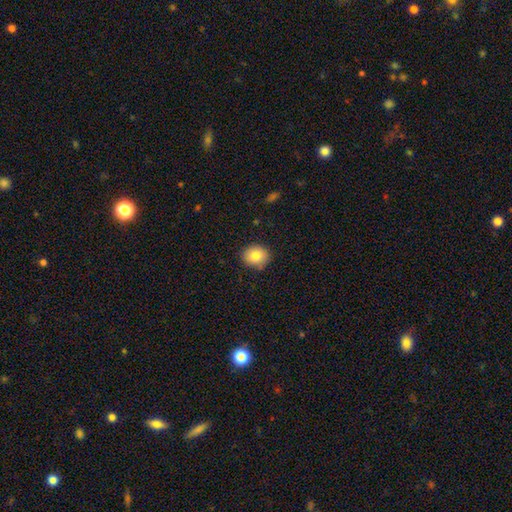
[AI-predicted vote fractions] This appears to be a smooth galaxy with no disk features (81%) that is round (70%). Merging: none (85%).